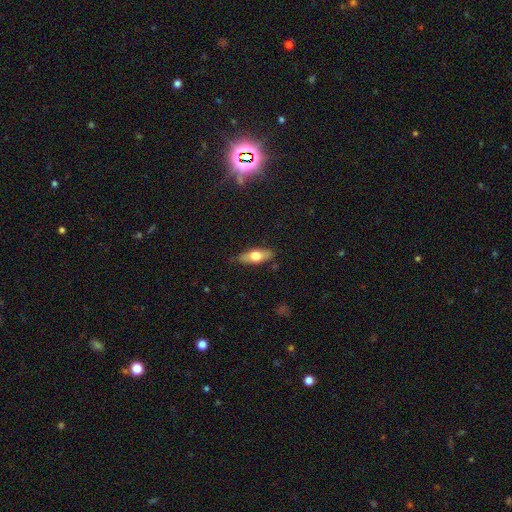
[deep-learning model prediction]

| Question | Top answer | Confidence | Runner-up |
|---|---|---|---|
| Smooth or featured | smooth | 60% | featured or disk (33%) |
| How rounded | in between | 67% | cigar-shaped (30%) |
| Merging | none | 82% | minor disturbance (13%) |